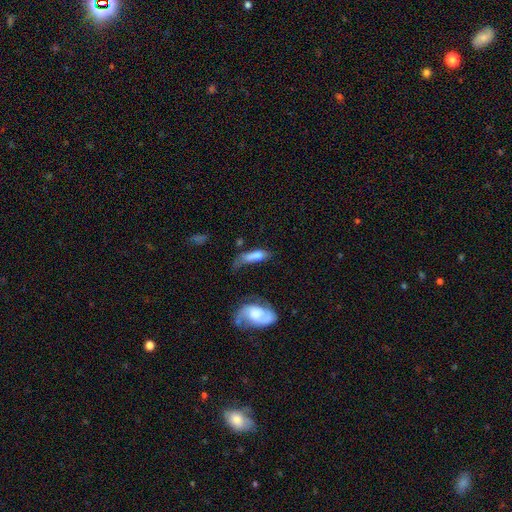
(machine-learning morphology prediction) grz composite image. It shows a smooth galaxy with no disk features (59%) that is in between round and cigar-shaped (57%). Merging: none (29%).